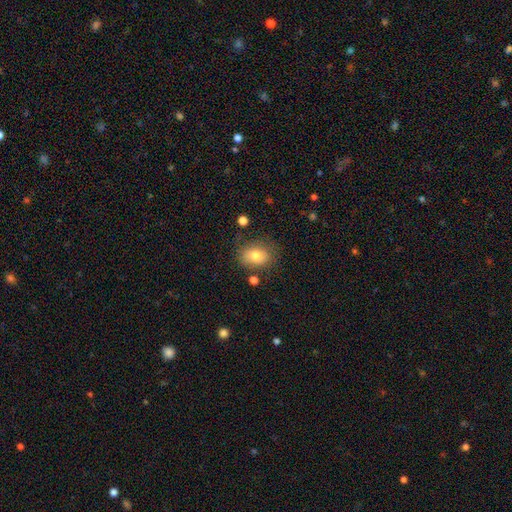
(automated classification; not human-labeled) A smooth galaxy with no disk features (76%) that is in between round and cigar-shaped (62%). Merging: none (72%).